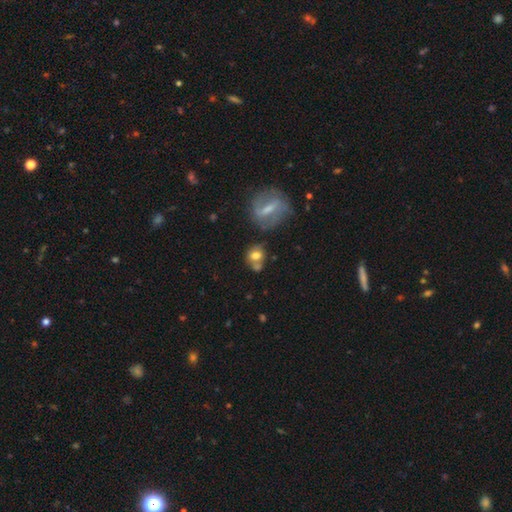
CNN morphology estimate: Overall: smooth (68%). How rounded: round (67%; in between 31%). Merging: none (48%; merger 31%).